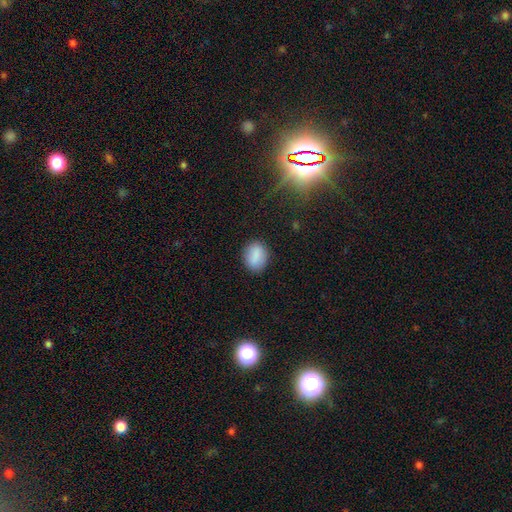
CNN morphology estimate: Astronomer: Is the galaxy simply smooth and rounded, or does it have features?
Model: smooth — 87%.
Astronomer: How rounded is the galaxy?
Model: in between — 65%.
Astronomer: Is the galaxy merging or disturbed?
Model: none — 85%.